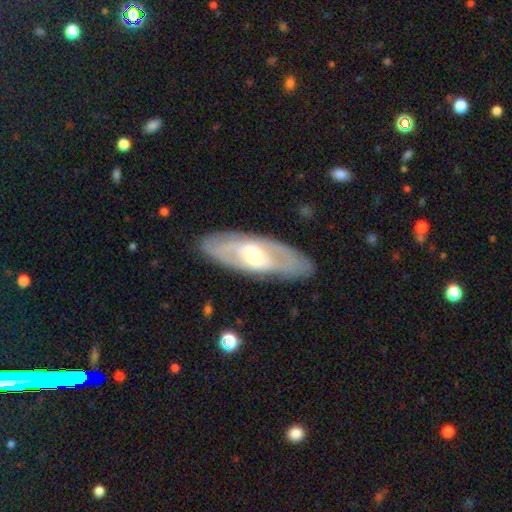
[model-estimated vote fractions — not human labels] Morphology: type=featured or disk (70%); edge-on=no (80%); bar=no (47%); spiral arms=yes (58%); bulge=moderate (64%); merging=none (85%).